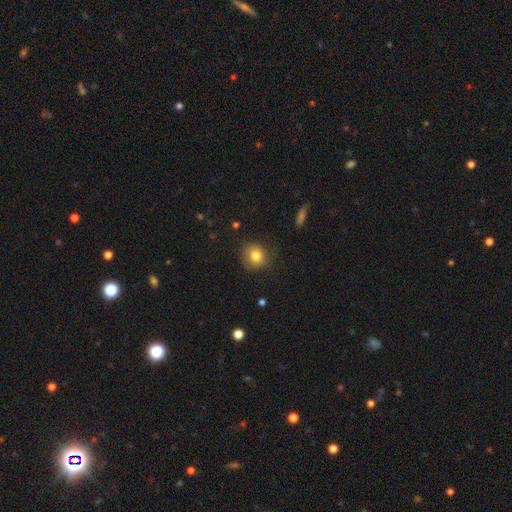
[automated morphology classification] This is clearly a smooth galaxy (81%). How rounded: clearly round (86%). Merging: clearly none (82%).